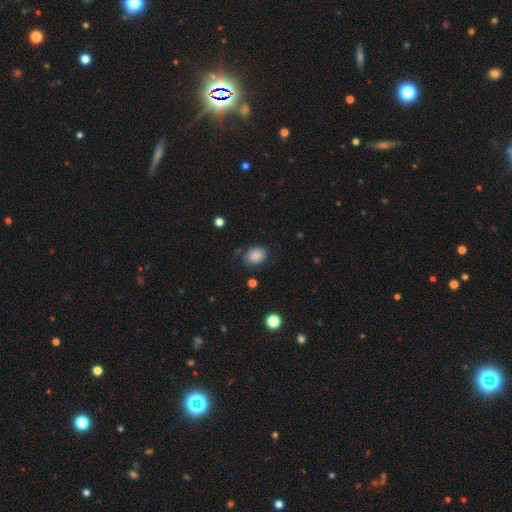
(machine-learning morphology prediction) A smooth galaxy with no disk features (84%) that is in between round and cigar-shaped (58%). Merging: none (69%).